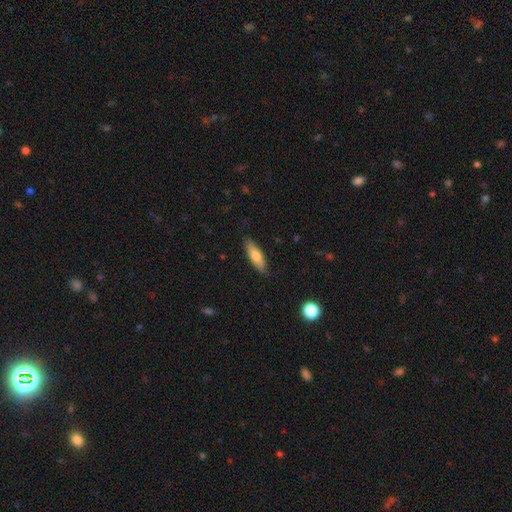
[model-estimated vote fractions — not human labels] Q: Smooth or featured?
A: smooth (72%); runner-up: featured or disk (21%)
Q: How rounded?
A: cigar-shaped (50%); runner-up: in between (48%)
Q: Merging?
A: none (85%); runner-up: minor disturbance (11%)